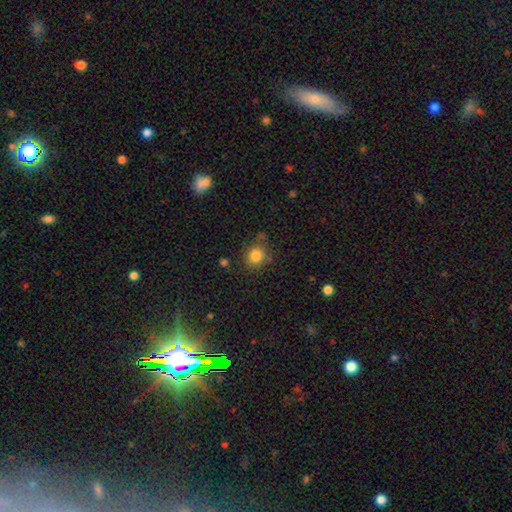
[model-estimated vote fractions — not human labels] A smooth galaxy with no disk features (83%) that is round (83%). Merging: none (77%).